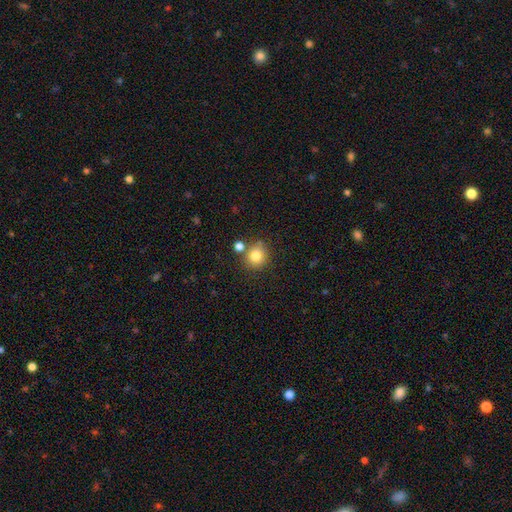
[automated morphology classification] A smooth galaxy with no disk features (81%) that is round (89%).

Vote fractions:
- Smooth or featured? smooth: 81% / star or artifact: 12% / featured or disk: 7%
- How rounded? round: 89% / in between: 10% / cigar-shaped: 1%
- Merging? none: 74% / merger: 13% / minor disturbance: 10% / major disturbance: 3%